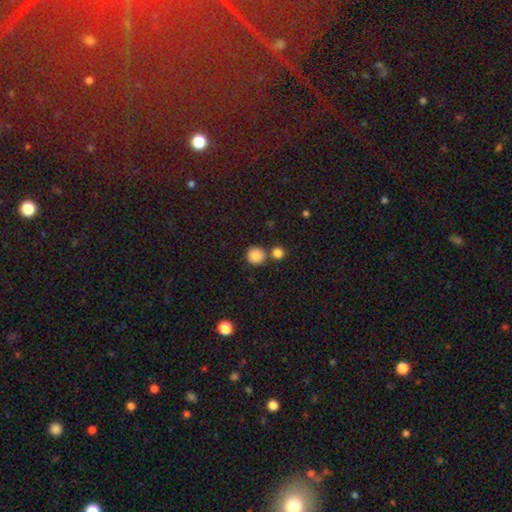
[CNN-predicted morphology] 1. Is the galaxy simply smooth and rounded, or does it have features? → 85% smooth, 10% star or artifact, 4% featured or disk.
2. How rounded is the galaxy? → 93% round, 6% in between, 1% cigar-shaped.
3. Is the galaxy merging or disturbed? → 71% none, 19% merger, 8% minor disturbance, 2% major disturbance.